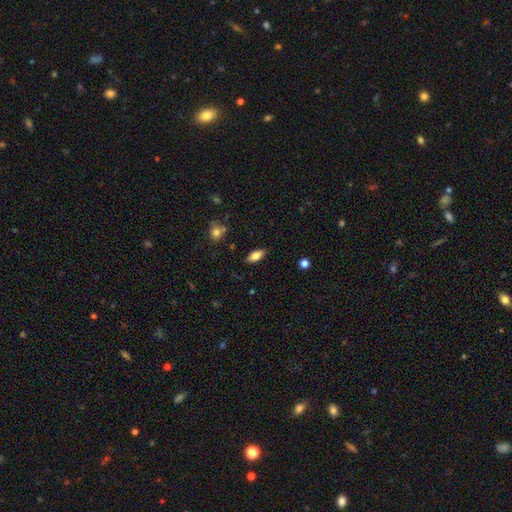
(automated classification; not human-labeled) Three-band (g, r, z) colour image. It shows a smooth galaxy with no disk features (77%) that is in between round and cigar-shaped (86%). Merging: none (86%).